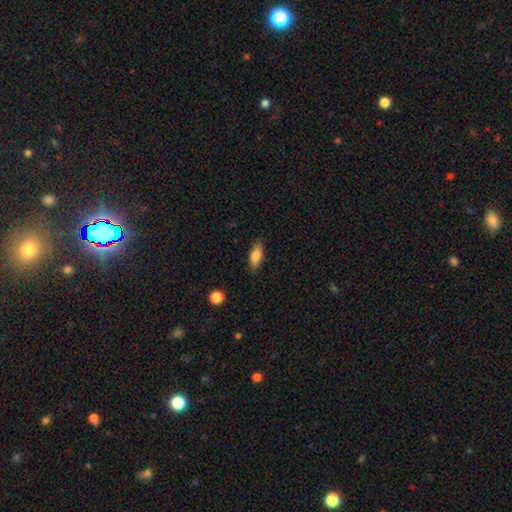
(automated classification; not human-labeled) Morphology: type=smooth (79%); roundness=in between (73%); merging=none (85%).